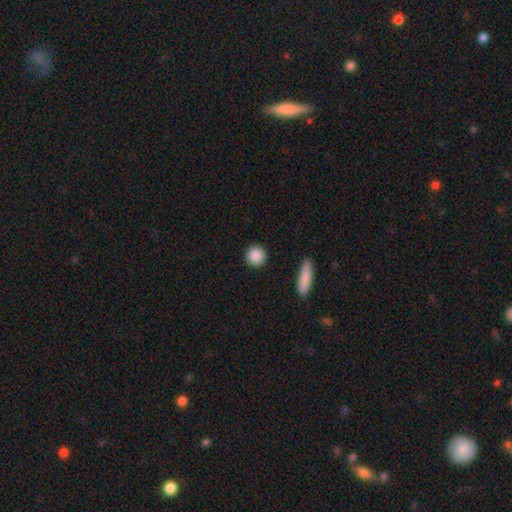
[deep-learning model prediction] A smooth galaxy with no disk features (89%) that is round (92%).

Vote fractions:
- Smooth or featured? smooth: 89% / star or artifact: 8% / featured or disk: 4%
- How rounded? round: 92% / in between: 6% / cigar-shaped: 2%
- Merging? none: 91% / minor disturbance: 6% / major disturbance: 2% / merger: 2%